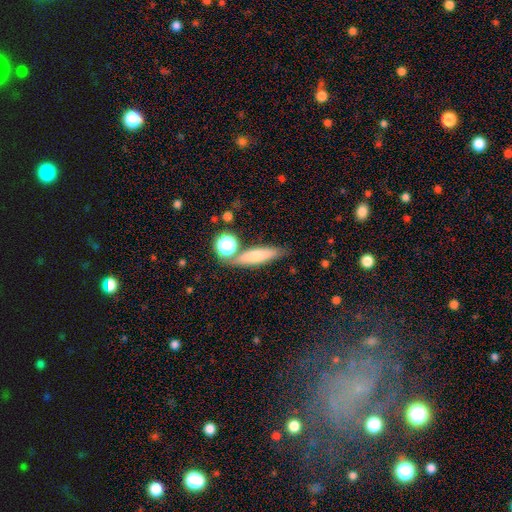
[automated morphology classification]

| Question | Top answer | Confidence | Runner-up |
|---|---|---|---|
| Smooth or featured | smooth | 68% | featured or disk (23%) |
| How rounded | cigar-shaped | 65% | in between (28%) |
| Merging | none | 69% | minor disturbance (14%) |